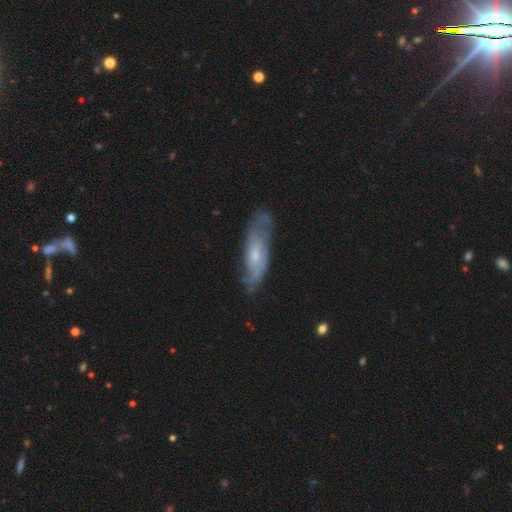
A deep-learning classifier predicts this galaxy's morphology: Smooth or featured? featured or disk (68%)
Edge-on disk? no (78%)
Bar? no (56%)
Spiral arms? yes (85%)
Bulge size? moderate (45%)
Merging? none (65%)